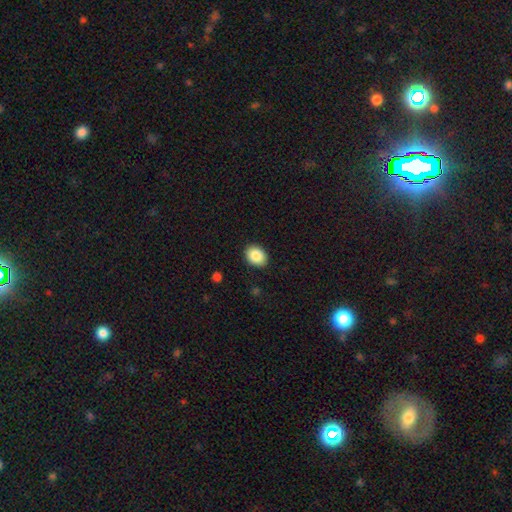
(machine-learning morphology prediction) smooth-or-featured: smooth: 88% | star or artifact: 8% | featured or disk: 5%
  how-rounded: in between: 66% | round: 33% | cigar-shaped: 1%
  merging: none: 89% | minor disturbance: 8% | major disturbance: 2% | merger: 1%